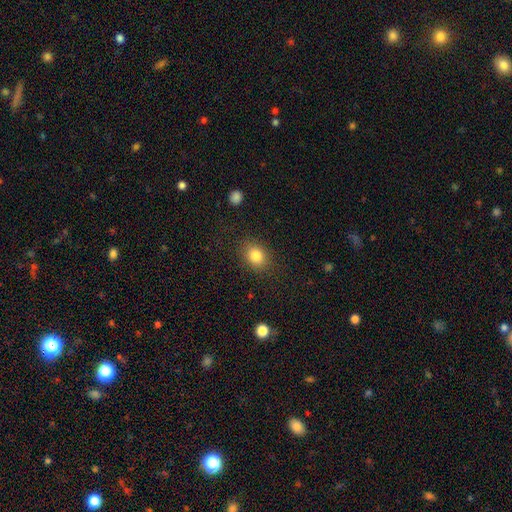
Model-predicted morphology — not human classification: This appears to be a smooth galaxy with no disk features (83%) that is round (52%). Merging: none (84%).